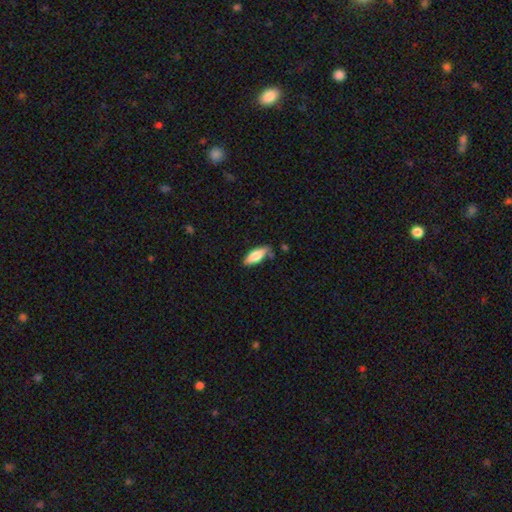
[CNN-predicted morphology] type=smooth (76%); roundness=in between (71%); merging=none (73%).